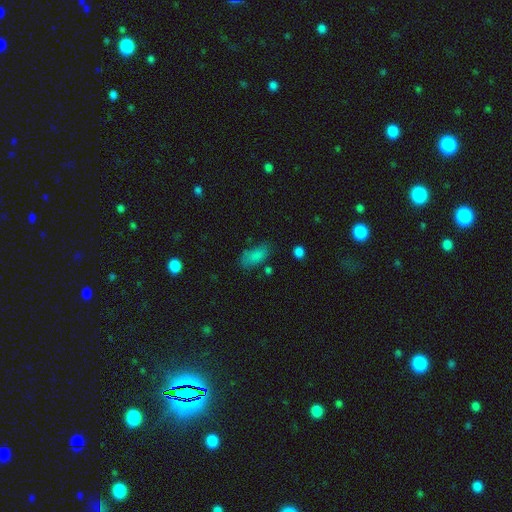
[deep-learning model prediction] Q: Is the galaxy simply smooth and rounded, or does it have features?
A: smooth — 80%.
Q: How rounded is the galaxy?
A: in between — 88%.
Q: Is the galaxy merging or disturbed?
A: none — 61%.